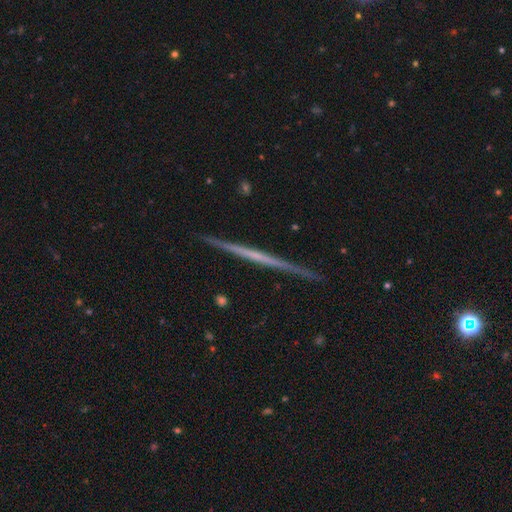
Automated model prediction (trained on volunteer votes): Morphology: type=featured or disk (69%); edge-on=yes (98%); edge-on bulge=none (86%); merging=none (92%).